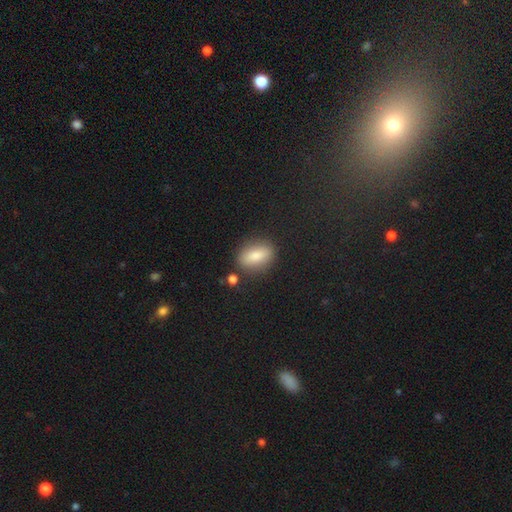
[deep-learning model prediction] smooth_or_featured: smooth (p=0.81) [alt: featured or disk p=0.11]
how_rounded: in between (p=0.80) [alt: round p=0.11]
merging: none (p=0.80) [alt: minor disturbance p=0.12]